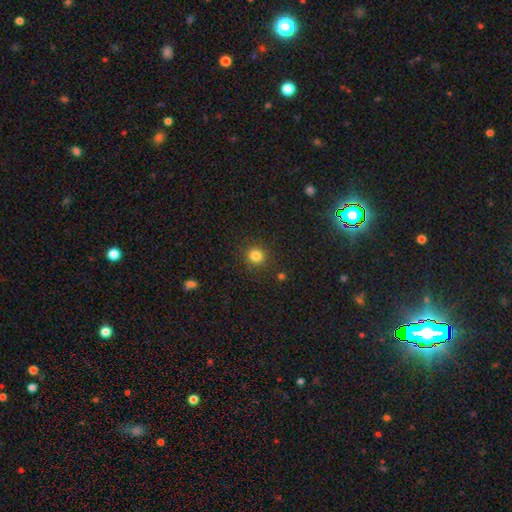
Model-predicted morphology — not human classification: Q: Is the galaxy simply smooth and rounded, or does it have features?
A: smooth — 83%.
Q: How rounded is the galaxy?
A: round — 92%.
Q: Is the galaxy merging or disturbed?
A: none — 89%.